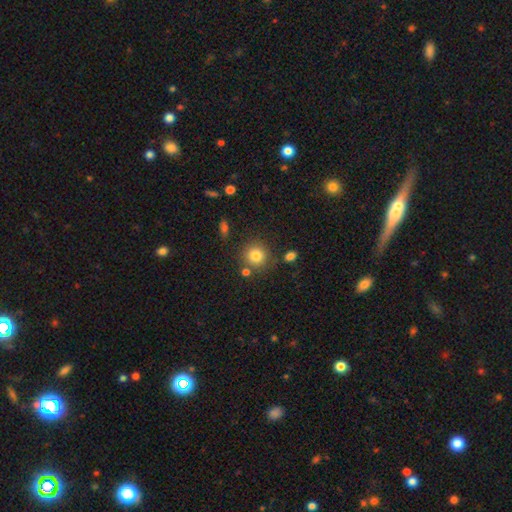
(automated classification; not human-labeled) smooth_or_featured: smooth (p=0.81) [alt: star or artifact p=0.11]
how_rounded: round (p=0.91) [alt: in between p=0.08]
merging: none (p=0.80) [alt: minor disturbance p=0.10]